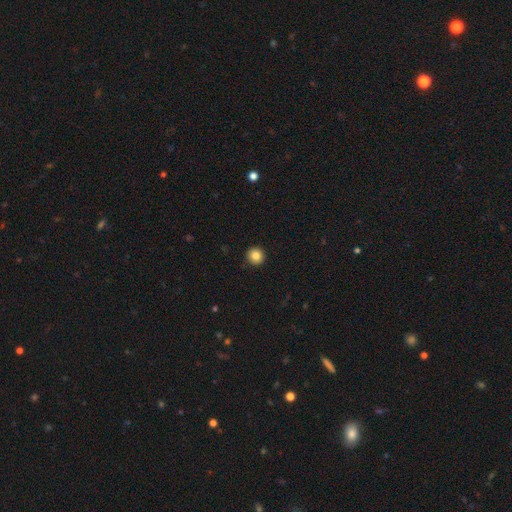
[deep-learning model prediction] Smooth or featured: smooth — 84% (star or artifact — 10%)
How rounded: round — 95% (in between — 4%)
Merging: none — 93% (minor disturbance — 4%)